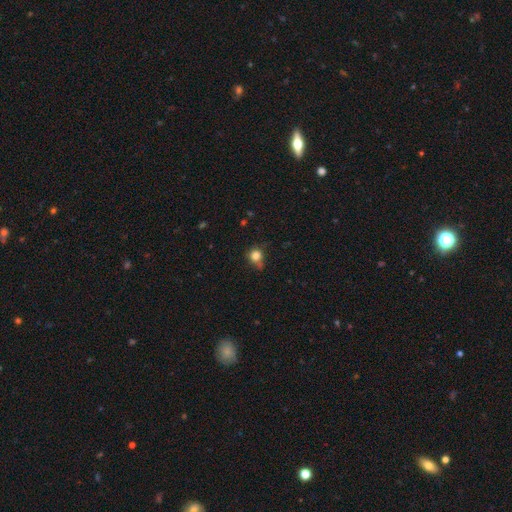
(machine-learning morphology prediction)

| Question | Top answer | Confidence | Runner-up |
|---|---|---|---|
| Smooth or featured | smooth | 80% | star or artifact (12%) |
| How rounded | round | 78% | in between (20%) |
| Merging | none | 51% | minor disturbance (33%) |